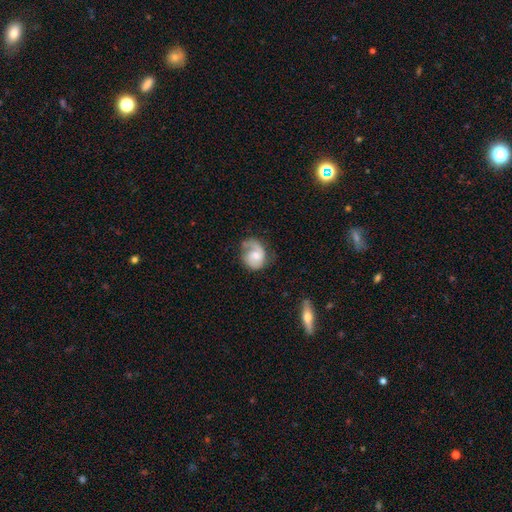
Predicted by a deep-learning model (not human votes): A featured or disk galaxy (64%) with no bar (62%), 1 (47%) medium (41%) spiral arms (91%) and a moderate central bulge (43%).

Vote fractions:
- Smooth or featured? featured or disk: 64% / smooth: 29% / star or artifact: 7%
- Edge-on disk? no: 98% / yes: 2%
- Bar? no: 62% / weak: 33% / strong: 5%
- Spiral arms? yes: 91% / no: 9%
- Spiral winding? medium: 41% / loose: 30% / tight: 29%
- Spiral arm count? 1: 47% / 2: 44% / can't tell: 7% / 3: 1% / 4: 1% / more than 4: 1%
- Bulge size? moderate: 43% / small: 39% / none: 9% / large: 7% / dominant: 2%
- Merging? none: 52% / minor disturbance: 26% / major disturbance: 20% / merger: 3%